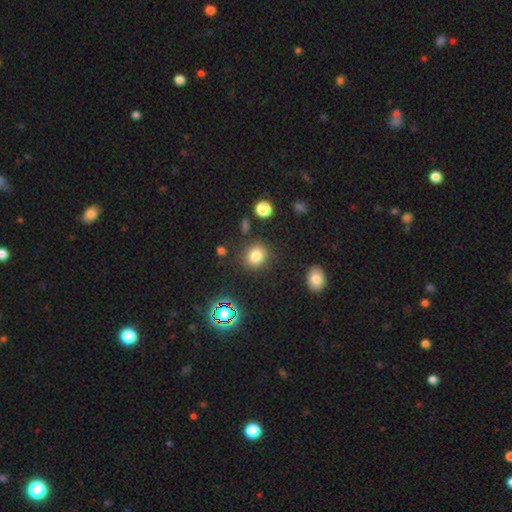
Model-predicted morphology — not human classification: A smooth galaxy with no disk features (79%) that is round (78%).

Vote fractions:
- Smooth or featured? smooth: 79% / star or artifact: 14% / featured or disk: 7%
- How rounded? round: 78% / in between: 21% / cigar-shaped: 1%
- Merging? none: 85% / minor disturbance: 9% / major disturbance: 3% / merger: 3%